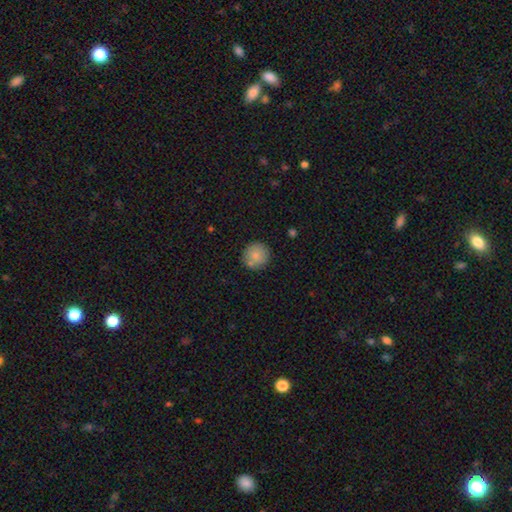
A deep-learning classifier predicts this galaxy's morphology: The model was most divided on "merging": none: 80%, minor disturbance: 11%, merger: 6%, major disturbance: 3%. More confident: how rounded — round (93%); smooth or featured — smooth (82%).